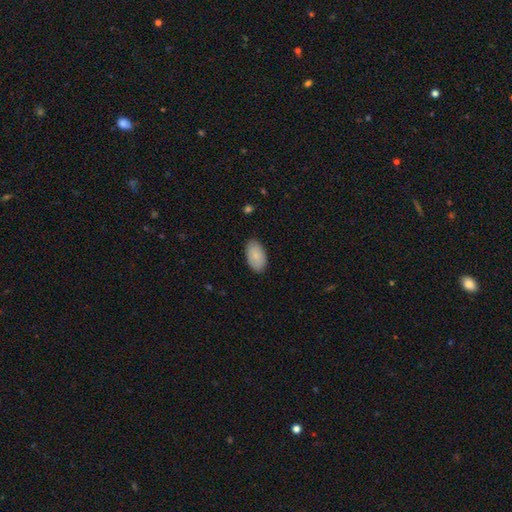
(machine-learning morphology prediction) smooth-or-featured: smooth: 86% | featured or disk: 8% | star or artifact: 6%
  how-rounded: in between: 95% | round: 4% | cigar-shaped: 2%
  merging: none: 85% | minor disturbance: 11% | major disturbance: 2% | merger: 1%